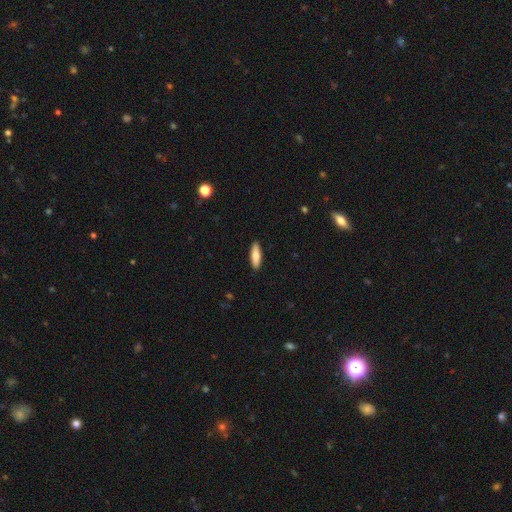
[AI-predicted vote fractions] Smooth or featured? Predicted: smooth (p=0.82). How rounded? Predicted: cigar-shaped (p=0.60). Merging? Predicted: none (p=0.91).